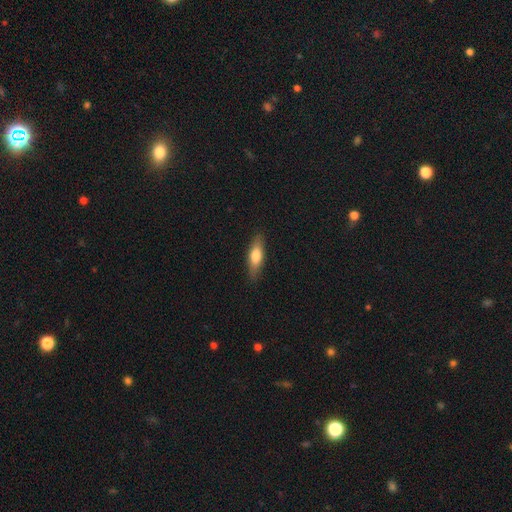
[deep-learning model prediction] Smooth or featured? Predicted: smooth (p=0.68). How rounded? Predicted: in between (p=0.53). Merging? Predicted: none (p=0.86).